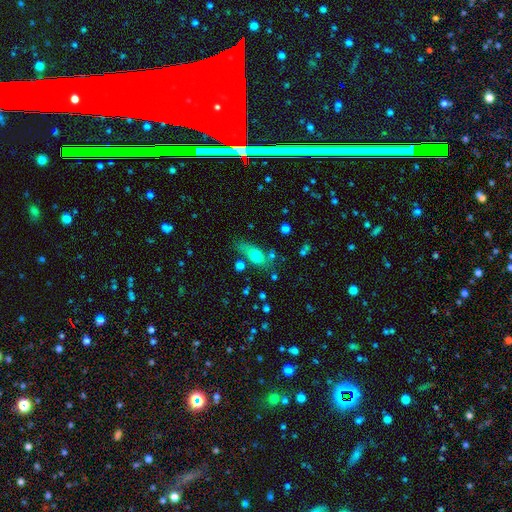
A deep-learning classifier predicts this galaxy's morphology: A smooth galaxy with no disk features (72%) that is in between round and cigar-shaped (71%).

Vote fractions:
- Smooth or featured? smooth: 72% / featured or disk: 17% / star or artifact: 10%
- How rounded? in between: 71% / cigar-shaped: 19% / round: 11%
- Merging? none: 52% / minor disturbance: 24% / merger: 12% / major disturbance: 12%